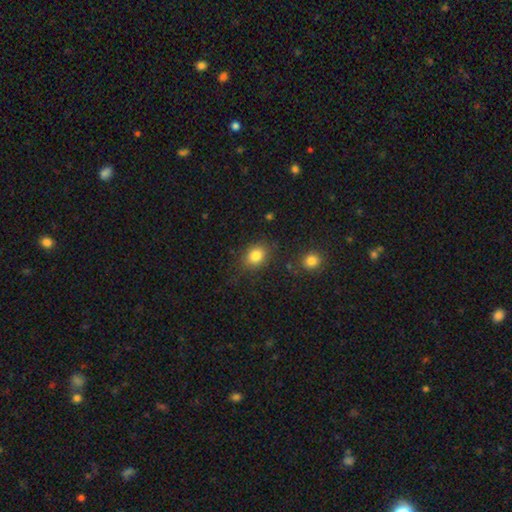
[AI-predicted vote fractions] A smooth galaxy with no disk features (83%) that is in between round and cigar-shaped (63%). Merging: none (79%).